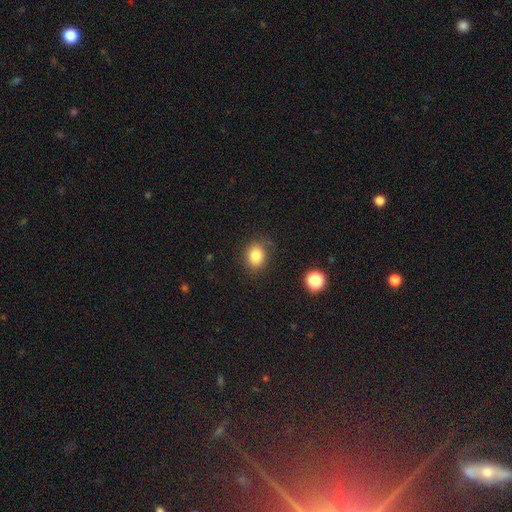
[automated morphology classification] The model was most divided on "how rounded": round: 56%, in between: 43%, cigar-shaped: 1%. More confident: smooth or featured — smooth (82%); merging — none (80%).